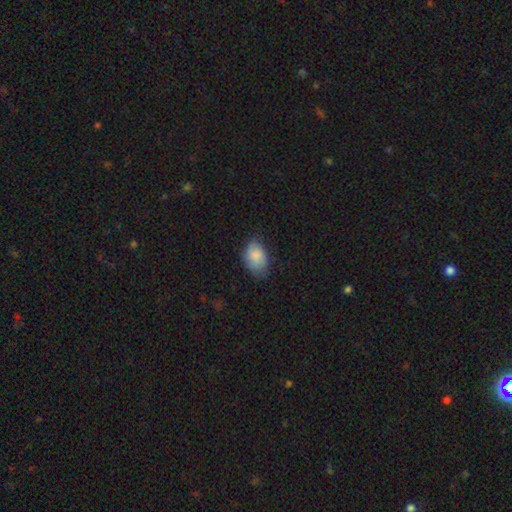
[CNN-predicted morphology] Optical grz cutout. It shows a smooth galaxy with no disk features (85%) that is in between round and cigar-shaped (85%). Merging: none (63%).